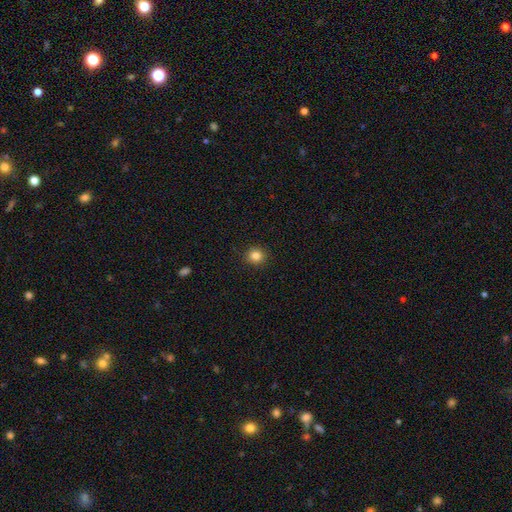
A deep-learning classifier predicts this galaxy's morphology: Smooth or featured?
  - smooth: 84% *
  - star or artifact: 11%
  - featured or disk: 5%
How rounded?
  - round: 89% *
  - in between: 10%
  - cigar-shaped: 1%
Merging?
  - none: 91% *
  - minor disturbance: 6%
  - major disturbance: 2%
  - merger: 1%